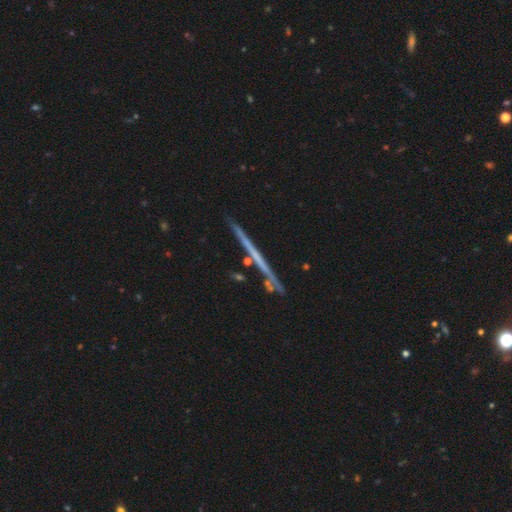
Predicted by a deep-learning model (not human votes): smooth-or-featured: featured or disk: 65% | smooth: 28% | star or artifact: 8%
  disk-edge-on: yes: 96% | no: 4%
    edge-on-bulge: none: 88% | rounded: 9% | boxy: 3%
  merging: none: 83% | minor disturbance: 10% | merger: 5% | major disturbance: 2%